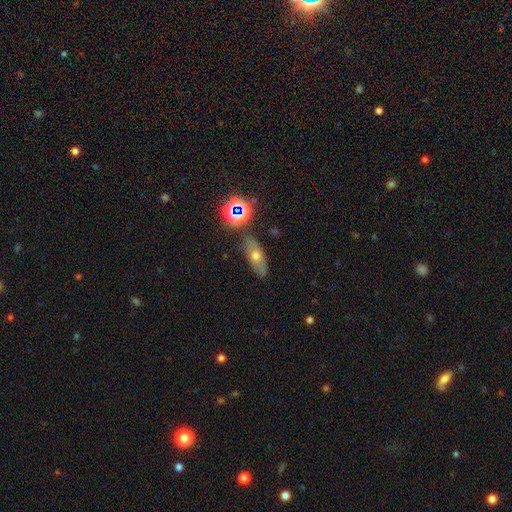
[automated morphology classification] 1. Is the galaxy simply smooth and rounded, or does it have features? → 49% smooth, 31% featured or disk, 19% star or artifact.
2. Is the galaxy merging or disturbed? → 73% none, 16% minor disturbance, 5% merger, 5% major disturbance.